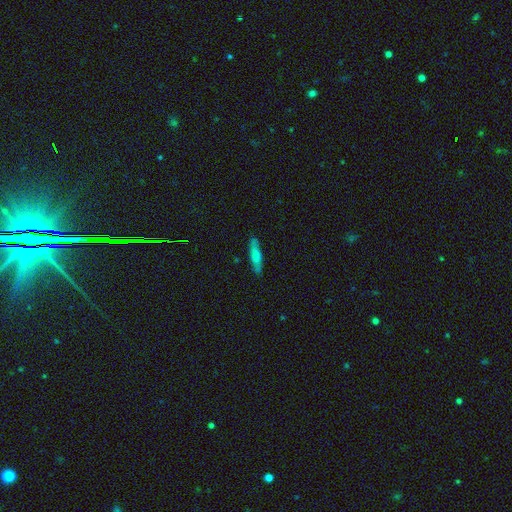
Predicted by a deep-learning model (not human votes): A smooth galaxy with no disk features (68%) that is cigar-shaped (81%).

Vote fractions:
- Smooth or featured? smooth: 68% / featured or disk: 25% / star or artifact: 7%
- How rounded? cigar-shaped: 81% / in between: 17% / round: 2%
- Merging? none: 82% / minor disturbance: 14% / major disturbance: 3% / merger: 2%